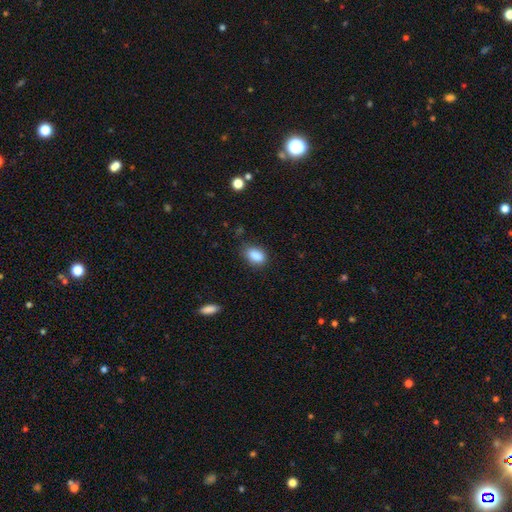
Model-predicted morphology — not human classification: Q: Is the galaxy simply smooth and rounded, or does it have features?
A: smooth — 88%.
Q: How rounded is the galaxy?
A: in between — 86%.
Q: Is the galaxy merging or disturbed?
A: none — 76%.